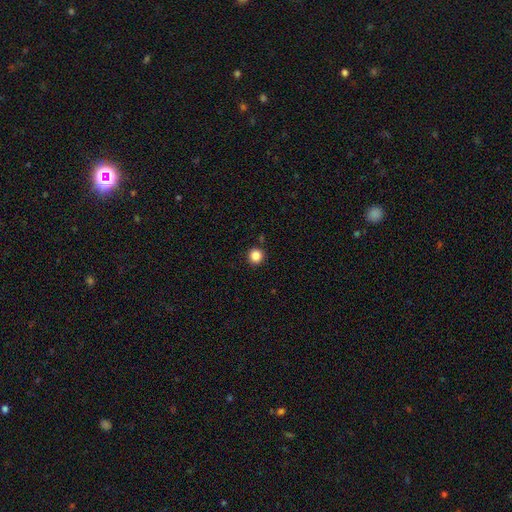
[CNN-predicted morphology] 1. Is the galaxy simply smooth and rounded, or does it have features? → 85% smooth, 11% star or artifact, 3% featured or disk.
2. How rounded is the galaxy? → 95% round, 4% in between, 1% cigar-shaped.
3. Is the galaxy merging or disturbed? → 91% none, 5% minor disturbance, 2% merger, 2% major disturbance.